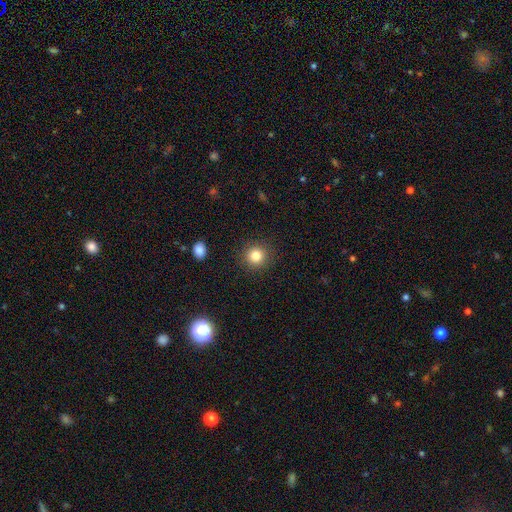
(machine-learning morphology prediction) Q: Smooth or featured?
A: smooth (83%); runner-up: star or artifact (11%)
Q: How rounded?
A: round (92%); runner-up: in between (7%)
Q: Merging?
A: none (90%); runner-up: minor disturbance (6%)